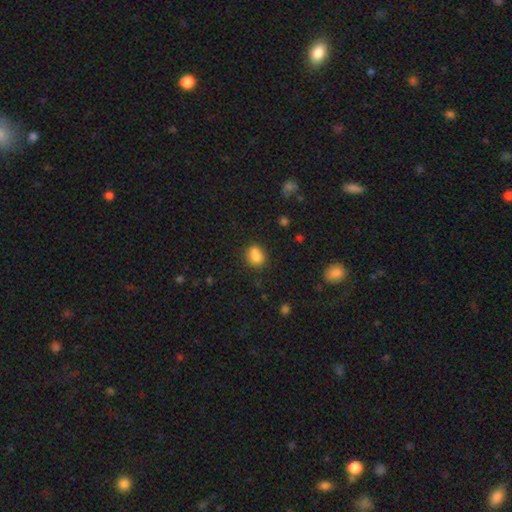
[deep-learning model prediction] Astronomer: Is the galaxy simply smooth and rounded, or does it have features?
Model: smooth — 81%.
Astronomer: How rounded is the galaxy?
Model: round — 51% (runner-up: in between, 48%).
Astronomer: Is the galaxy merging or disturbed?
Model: none — 54%.